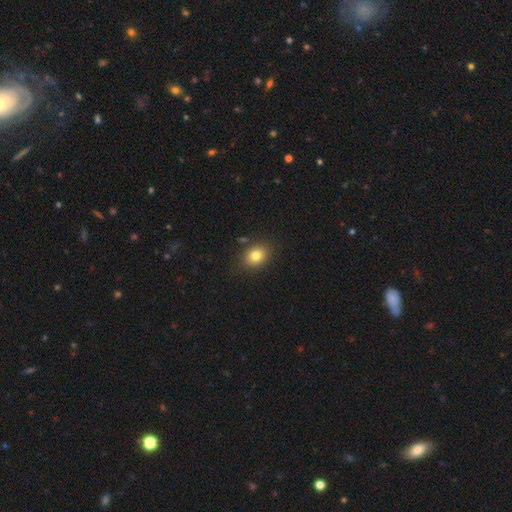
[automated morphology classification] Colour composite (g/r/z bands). It shows a smooth galaxy with no disk features (81%) that is in between round and cigar-shaped (53%). Merging: none (84%).